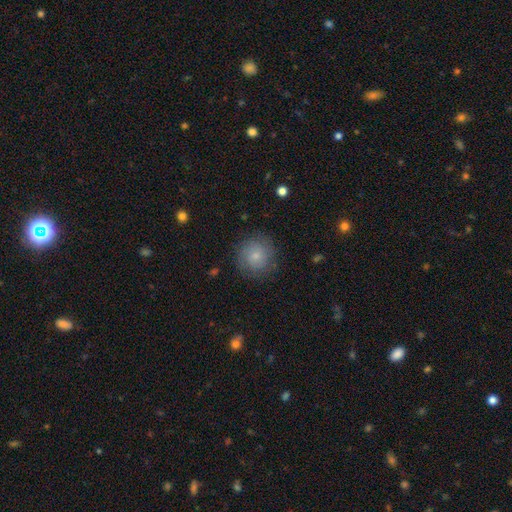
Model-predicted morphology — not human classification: smooth_or_featured: smooth (p=0.71) [alt: featured or disk p=0.20]
how_rounded: round (p=0.92) [alt: in between p=0.07]
merging: none (p=0.82) [alt: minor disturbance p=0.12]